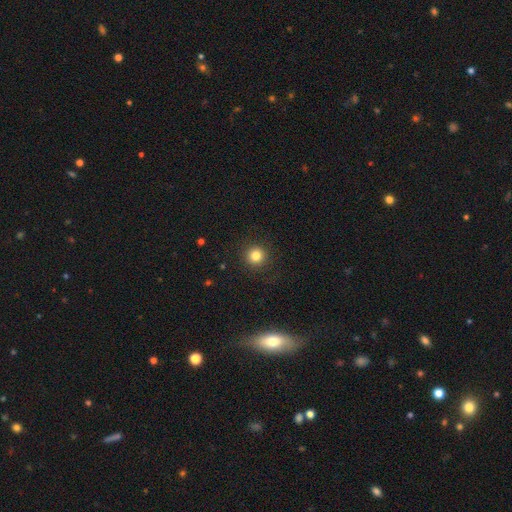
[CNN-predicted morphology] The model was most divided on "smooth or featured": smooth: 82%, star or artifact: 13%, featured or disk: 6%. More confident: how rounded — round (94%); merging — none (90%).